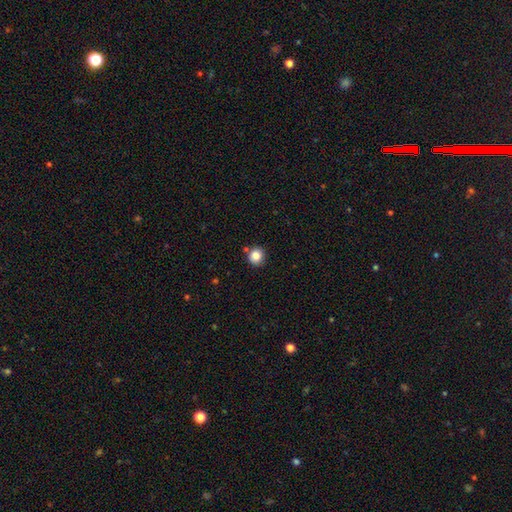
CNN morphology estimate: This appears to be a smooth galaxy with no disk features (85%) that is round (89%). Merging: none (82%).